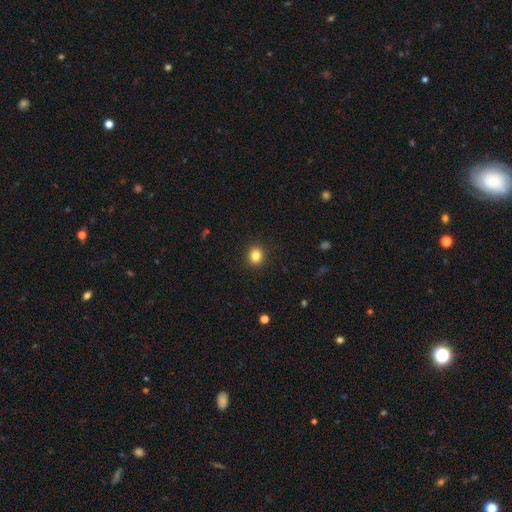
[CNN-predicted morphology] Smooth or featured?
  - smooth: 84% *
  - star or artifact: 11%
  - featured or disk: 5%
How rounded?
  - round: 84% *
  - in between: 15%
  - cigar-shaped: 1%
Merging?
  - none: 92% *
  - minor disturbance: 5%
  - major disturbance: 2%
  - merger: 1%